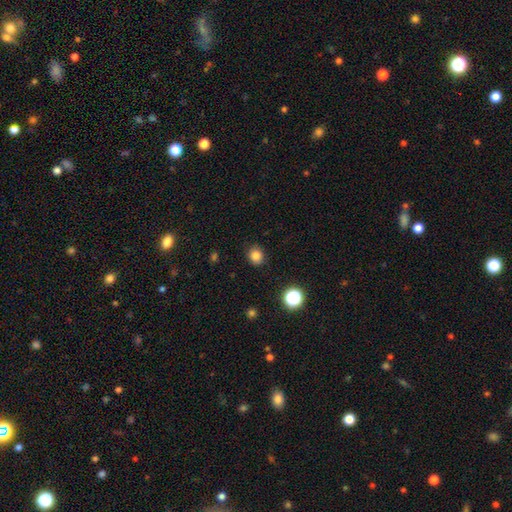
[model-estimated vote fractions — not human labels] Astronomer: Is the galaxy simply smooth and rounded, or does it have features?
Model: smooth — 83%.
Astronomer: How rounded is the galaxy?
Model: round — 79%.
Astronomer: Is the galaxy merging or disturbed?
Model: none — 88%.